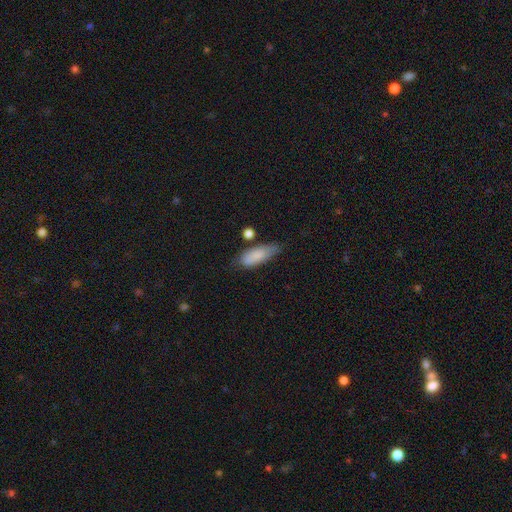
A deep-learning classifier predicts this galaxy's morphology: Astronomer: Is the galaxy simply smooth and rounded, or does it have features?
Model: smooth — 83%.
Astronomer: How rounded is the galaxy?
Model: in between — 69%.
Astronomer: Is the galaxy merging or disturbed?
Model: none — 56%.